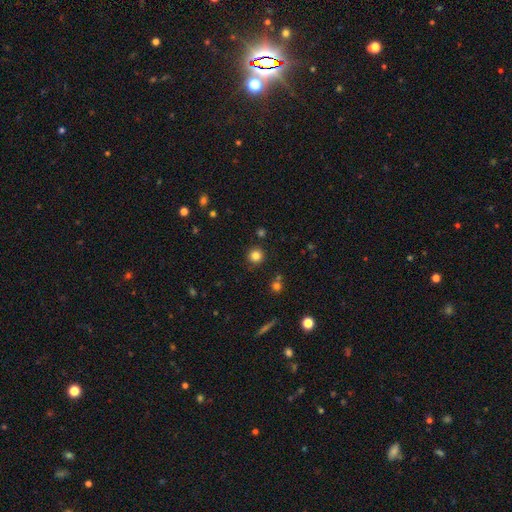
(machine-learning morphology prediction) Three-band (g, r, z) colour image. It shows a smooth galaxy with no disk features (82%) that is round (94%). Merging: none (88%).